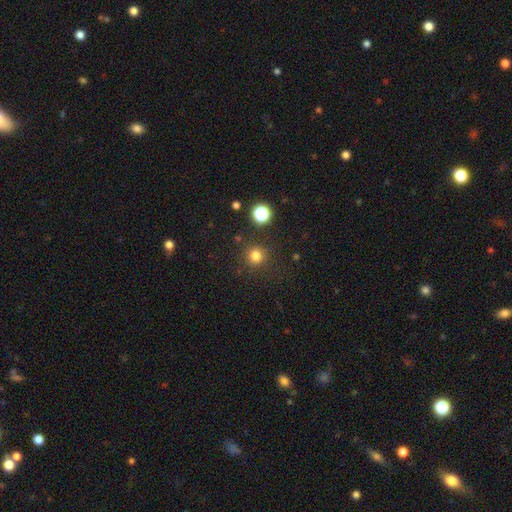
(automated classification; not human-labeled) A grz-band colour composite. It shows a smooth galaxy with no disk features (78%) that is round (93%). Merging: none (86%).